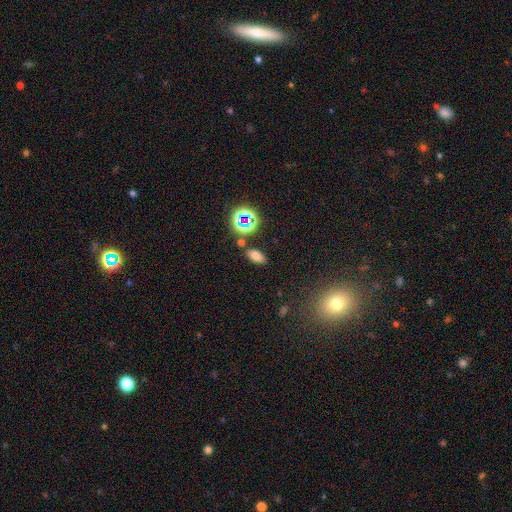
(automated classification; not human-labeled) smooth-or-featured: smooth: 69% | star or artifact: 22% | featured or disk: 9%
  how-rounded: in between: 86% | round: 9% | cigar-shaped: 6%
  merging: none: 81% | minor disturbance: 10% | merger: 5% | major disturbance: 3%